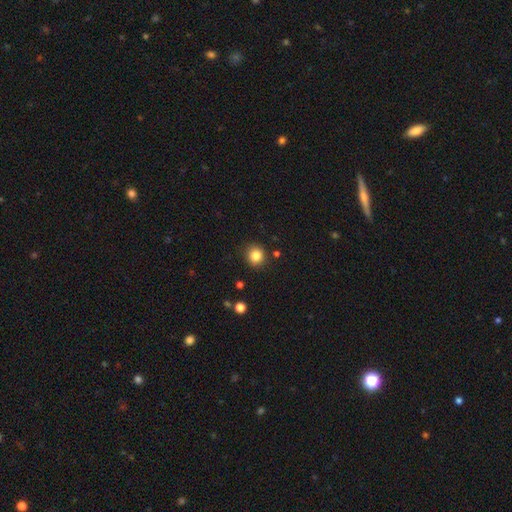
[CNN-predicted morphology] This appears to be a smooth galaxy with no disk features (84%) that is round (89%). Merging: none (88%).